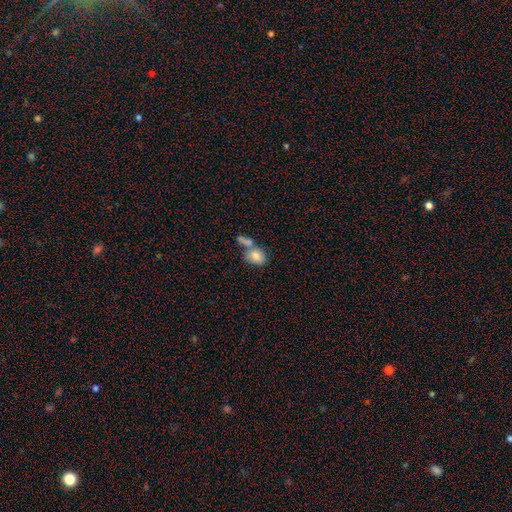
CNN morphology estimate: type=smooth (79%); roundness=in between (65%); merging=merger (47%).